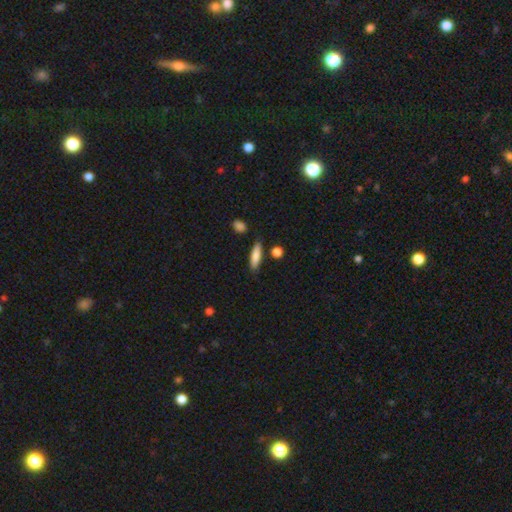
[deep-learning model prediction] Smooth or featured: smooth — 82% (featured or disk — 12%)
How rounded: cigar-shaped — 65% (in between — 33%)
Merging: none — 83% (minor disturbance — 11%)